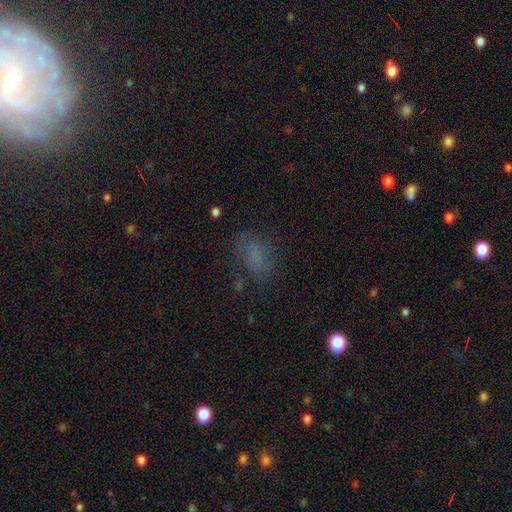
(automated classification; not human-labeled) smooth_or_featured: smooth (p=0.67) [alt: star or artifact p=0.20]
how_rounded: in between (p=0.79) [alt: round p=0.18]
merging: none (p=0.66) [alt: minor disturbance p=0.19]